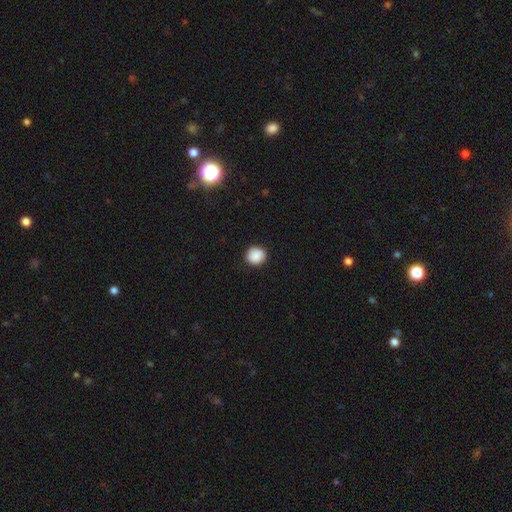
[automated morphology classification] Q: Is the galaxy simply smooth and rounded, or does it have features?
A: smooth — 88%.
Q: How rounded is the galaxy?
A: round — 87%.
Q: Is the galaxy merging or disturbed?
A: none — 89%.